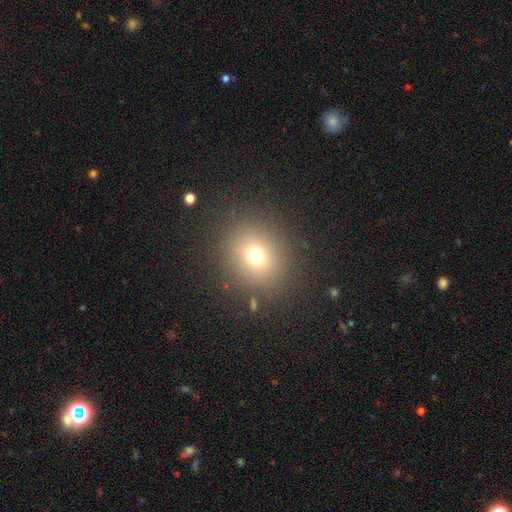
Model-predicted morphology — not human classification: A smooth galaxy with no disk features (71%) that is round (77%).

Vote fractions:
- Smooth or featured? smooth: 71% / star or artifact: 18% / featured or disk: 11%
- How rounded? round: 77% / in between: 22% / cigar-shaped: 1%
- Merging? none: 86% / minor disturbance: 8% / major disturbance: 4% / merger: 2%